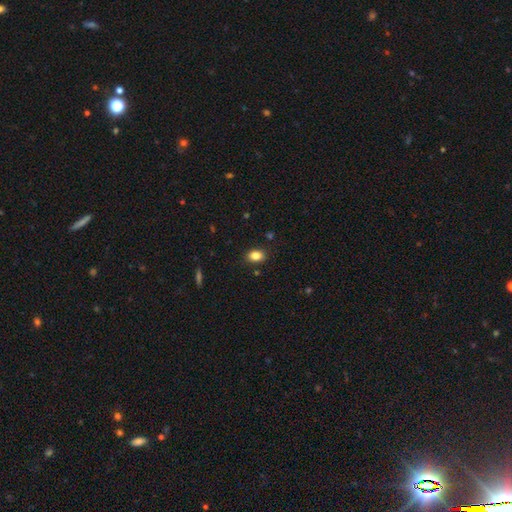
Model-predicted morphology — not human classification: This appears to be a smooth galaxy with no disk features (84%) that is in between round and cigar-shaped (73%). Merging: none (87%).